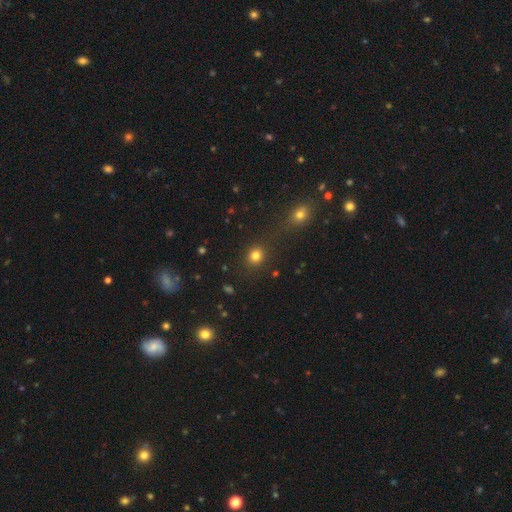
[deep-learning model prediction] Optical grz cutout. It shows a smooth galaxy with no disk features (80%) that is round (84%). Merging: none (83%).